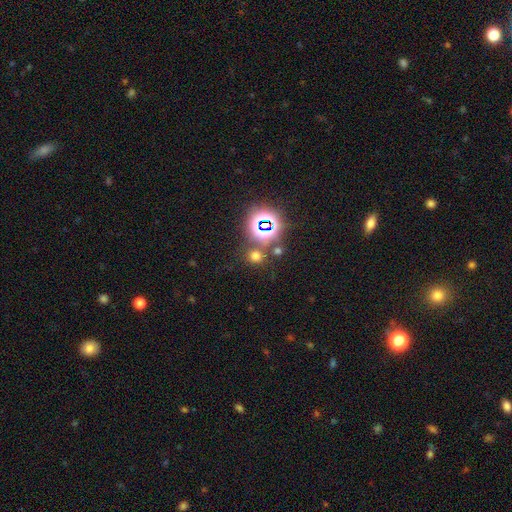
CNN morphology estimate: Smooth or featured: smooth — 58% (star or artifact — 35%)
How rounded: round — 83% (in between — 16%)
Merging: none — 76% (merger — 11%)